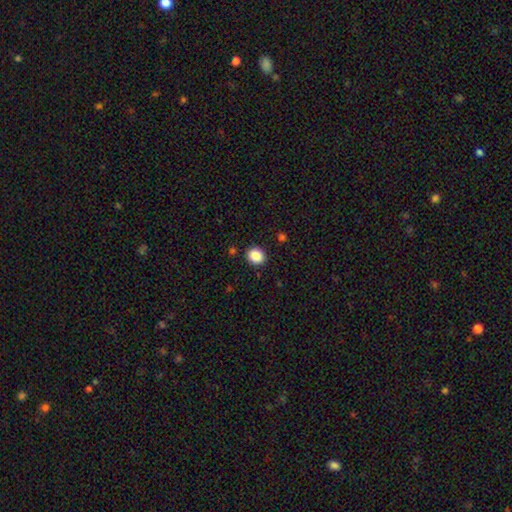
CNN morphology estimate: A smooth galaxy with no disk features (86%) that is round (71%). Merging: none (90%).